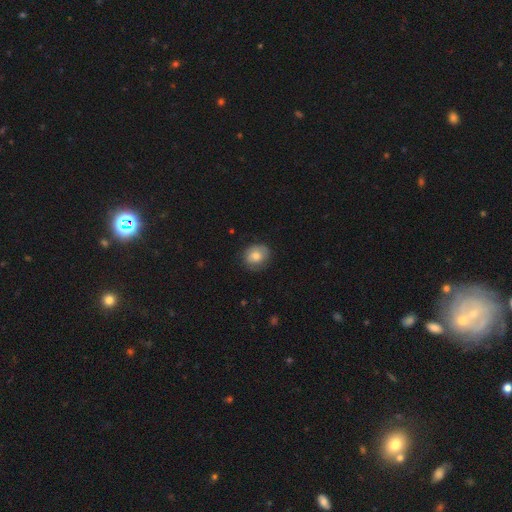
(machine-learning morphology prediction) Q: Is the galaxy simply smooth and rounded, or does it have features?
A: smooth — 74%.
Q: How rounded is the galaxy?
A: round — 71%.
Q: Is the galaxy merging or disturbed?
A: none — 77%.